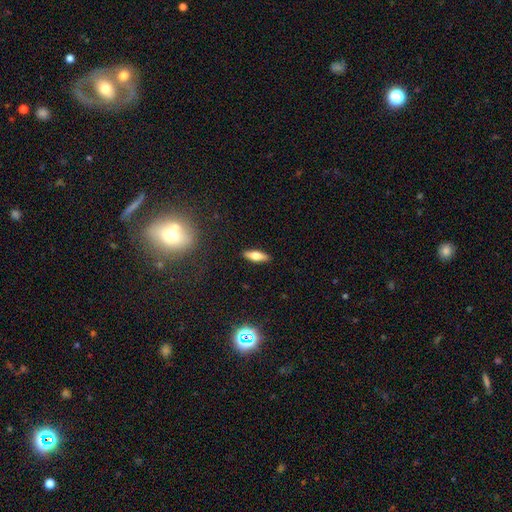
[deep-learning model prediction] The model was most divided on "how rounded": in between: 54%, cigar-shaped: 43%, round: 3%. More confident: merging — none (90%); smooth or featured — smooth (59%).